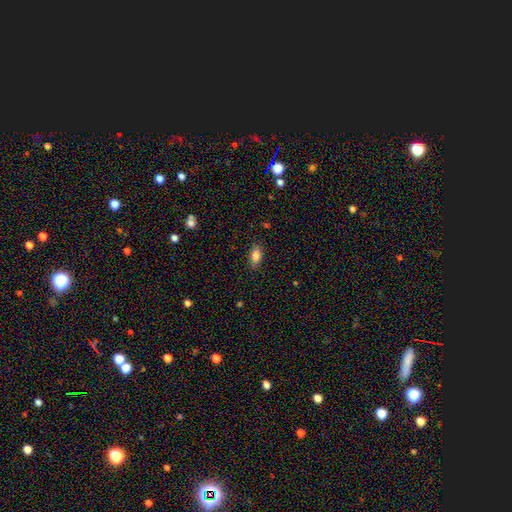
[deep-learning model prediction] This appears to be a smooth galaxy with no disk features (85%) that is in between round and cigar-shaped (89%). Merging: none (86%).